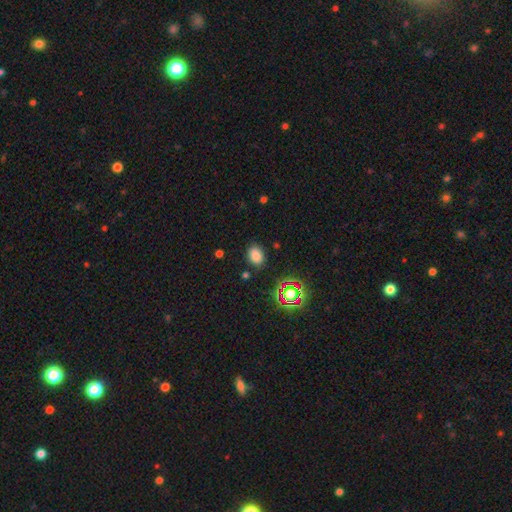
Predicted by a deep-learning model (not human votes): Smooth or featured?
  - smooth: 78% *
  - star or artifact: 17%
  - featured or disk: 5%
How rounded?
  - in between: 69% *
  - round: 30%
  - cigar-shaped: 1%
Merging?
  - none: 83% *
  - minor disturbance: 11%
  - major disturbance: 3%
  - merger: 2%